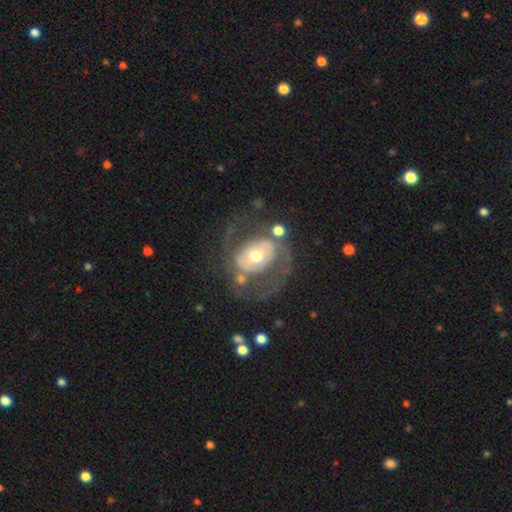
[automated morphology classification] smooth_or_featured: featured or disk (p=0.76) [alt: smooth p=0.18]
disk_edge_on: no (p=0.96) [alt: yes p=0.04]
bar: no (p=0.61) [alt: weak p=0.26]
has_spiral_arms: yes (p=0.70) [alt: no p=0.30]
spiral_winding: medium (p=0.46) [alt: loose p=0.29]
spiral_arm_count: 2 (p=0.78) [alt: can't tell p=0.11]
bulge_size: moderate (p=0.71) [alt: small p=0.15]
merging: none (p=0.55) [alt: major disturbance p=0.24]